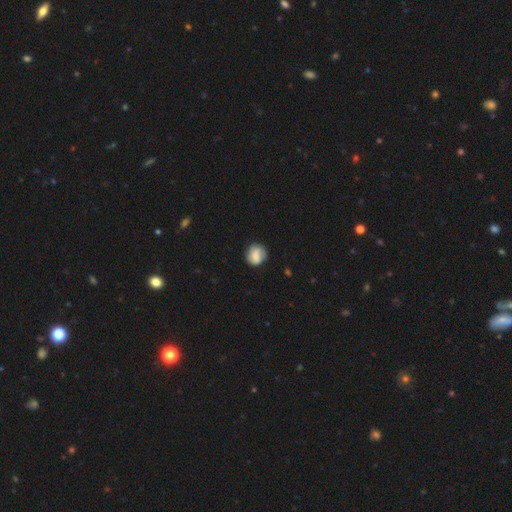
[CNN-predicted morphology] smooth 65%, featured or disk 27%, star or artifact 8%. Down the decision tree: how rounded — round (78%); merging — none (67%).